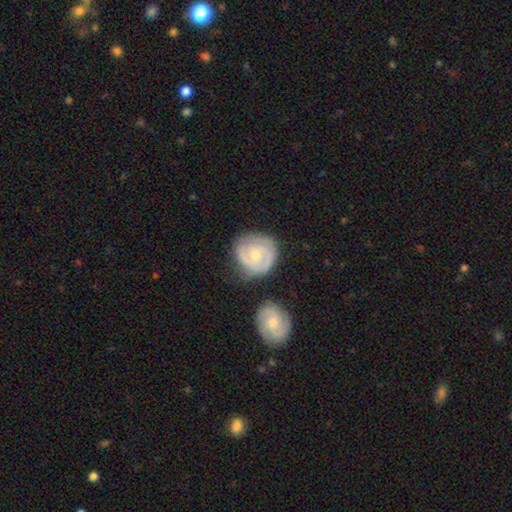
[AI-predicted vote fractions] Overall: featured or disk (74%). Edge-on disk: no (98%). Bar: no (68%). Spiral arms: yes (92%). Spiral arm count: 2 (58%). Spiral winding: tight (66%; medium 27%). Bulge size: small (50%; moderate 46%). Merging: none (67%).